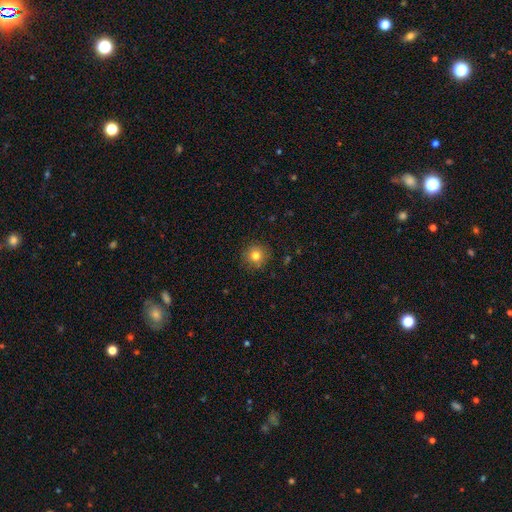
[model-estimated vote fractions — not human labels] A smooth galaxy with no disk features (80%) that is round (93%). Merging: none (89%).